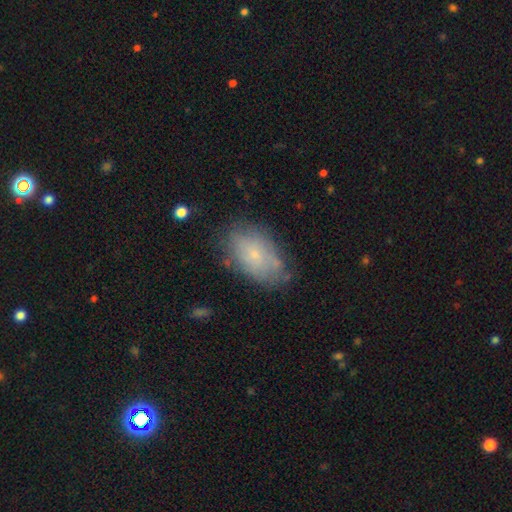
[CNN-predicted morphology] Overall: smooth (63%; featured or disk 29%). How rounded: in between (92%). Merging: none (65%).